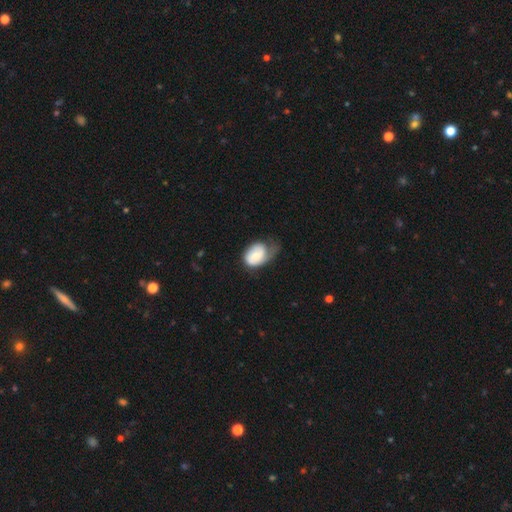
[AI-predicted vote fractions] This is possibly a smooth galaxy (54%). How rounded: likely in between (75%). Merging: marginally minor disturbance (36%, tied with major disturbance).